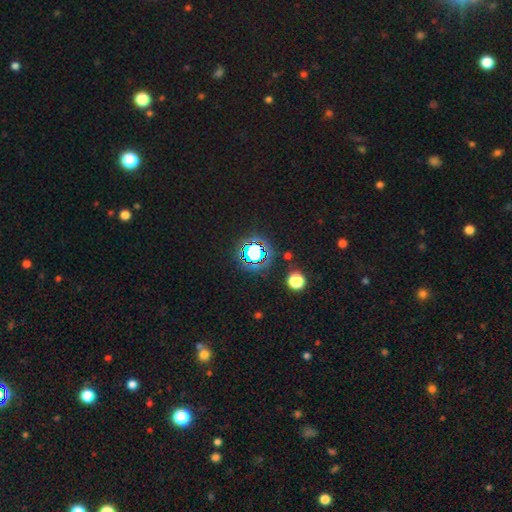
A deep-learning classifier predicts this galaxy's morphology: The model was most divided on "smooth or featured": star or artifact: 79%, smooth: 13%, featured or disk: 8%.